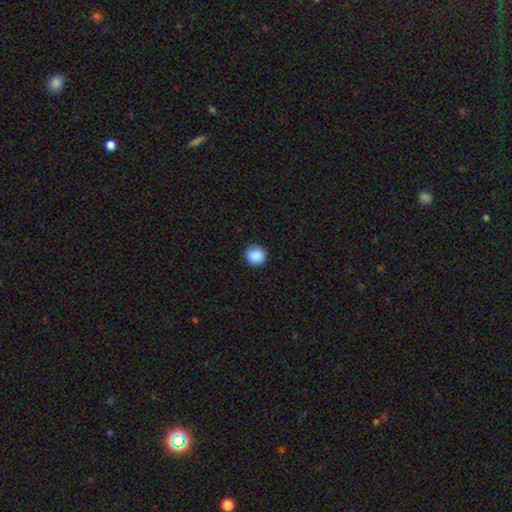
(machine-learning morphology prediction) This is clearly a smooth galaxy (89%). How rounded: clearly round (93%). Merging: clearly none (91%).